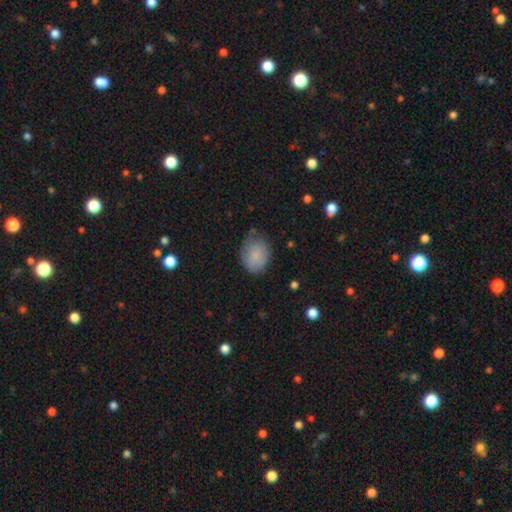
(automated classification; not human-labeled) smooth_or_featured: smooth (p=0.83) [alt: featured or disk p=0.10]
how_rounded: in between (p=0.54) [alt: round p=0.45]
merging: none (p=0.66) [alt: minor disturbance p=0.26]